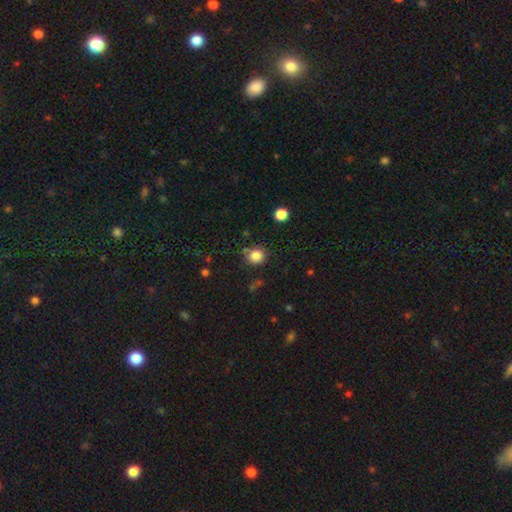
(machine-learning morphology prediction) Q: Smooth or featured?
A: smooth (84%); runner-up: star or artifact (12%)
Q: How rounded?
A: round (86%); runner-up: in between (13%)
Q: Merging?
A: none (78%); runner-up: minor disturbance (13%)